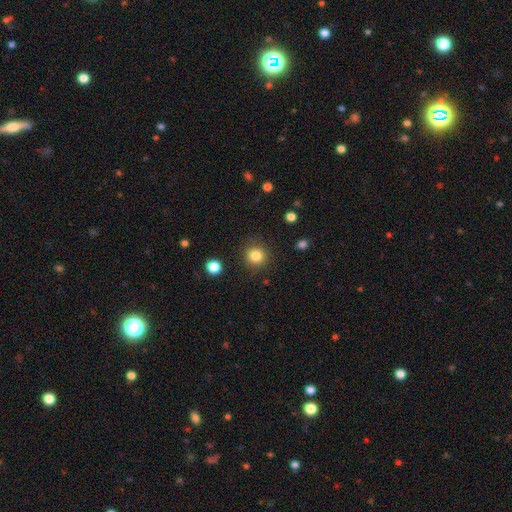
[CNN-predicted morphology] A smooth galaxy with no disk features (83%) that is round (93%).

Vote fractions:
- Smooth or featured? smooth: 83% / star or artifact: 11% / featured or disk: 5%
- How rounded? round: 93% / in between: 6% / cigar-shaped: 1%
- Merging? none: 88% / minor disturbance: 7% / major disturbance: 3% / merger: 2%